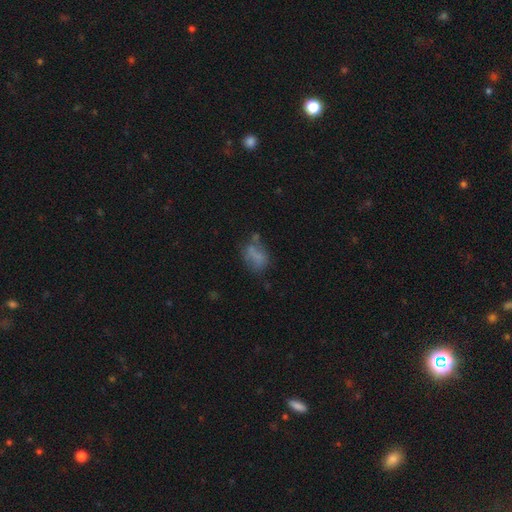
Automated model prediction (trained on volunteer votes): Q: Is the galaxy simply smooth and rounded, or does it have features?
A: smooth — 63%.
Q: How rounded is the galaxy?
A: in between — 75%.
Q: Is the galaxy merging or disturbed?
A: none — 46%.